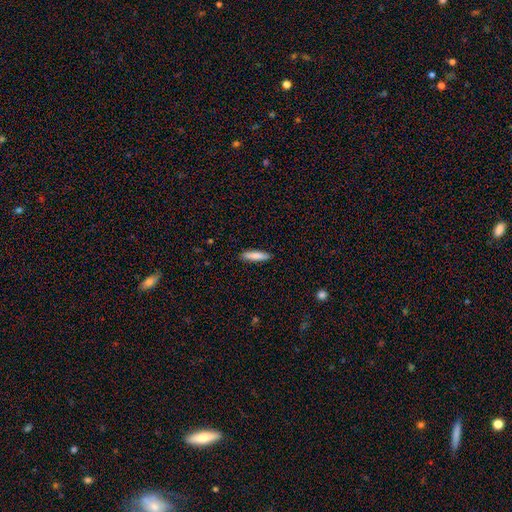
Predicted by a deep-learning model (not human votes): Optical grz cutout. It shows a smooth galaxy with no disk features (84%) that is cigar-shaped (80%). Merging: none (90%).